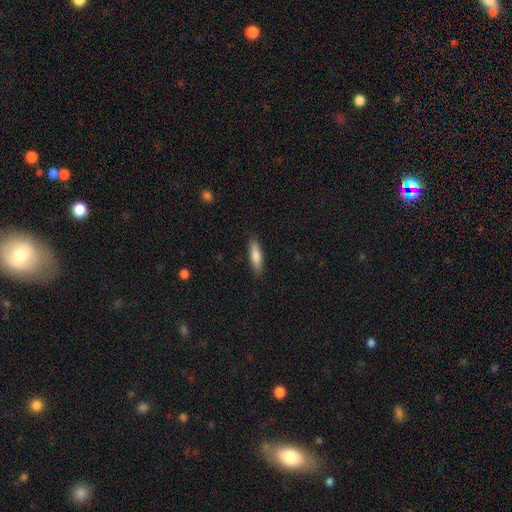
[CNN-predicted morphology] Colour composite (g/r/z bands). It shows a smooth galaxy with no disk features (81%) that is cigar-shaped (58%). Merging: none (88%).